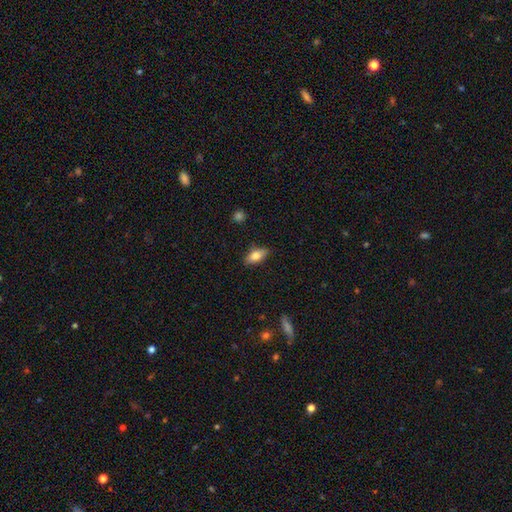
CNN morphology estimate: The model was most divided on "smooth or featured": smooth: 75%, featured or disk: 18%, star or artifact: 7%. More confident: merging — none (85%); how rounded — in between (84%).